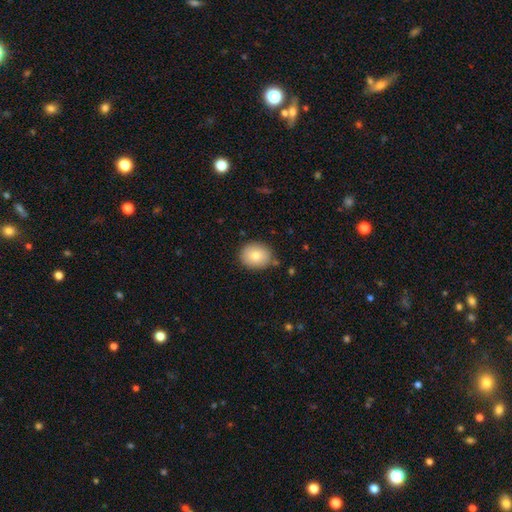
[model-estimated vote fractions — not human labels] A smooth galaxy with no disk features (79%) that is round (61%). Merging: none (83%).